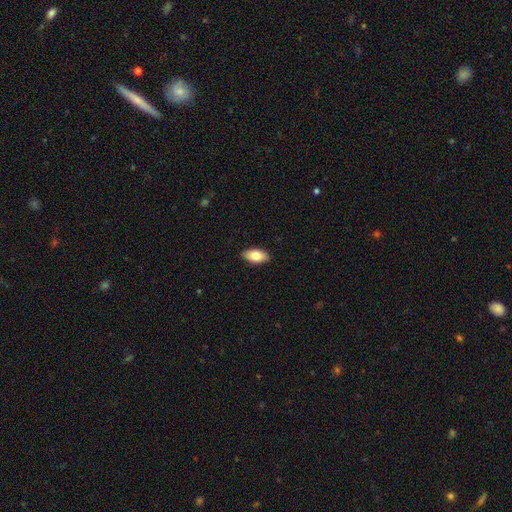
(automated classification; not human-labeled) Morphology: type=smooth (81%); roundness=in between (93%); merging=none (89%).